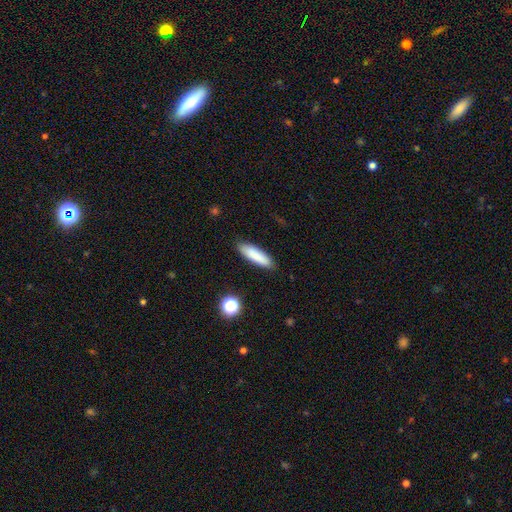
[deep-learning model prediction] Q: Smooth or featured?
A: smooth (85%); runner-up: featured or disk (8%)
Q: How rounded?
A: cigar-shaped (62%); runner-up: in between (37%)
Q: Merging?
A: none (87%); runner-up: minor disturbance (10%)